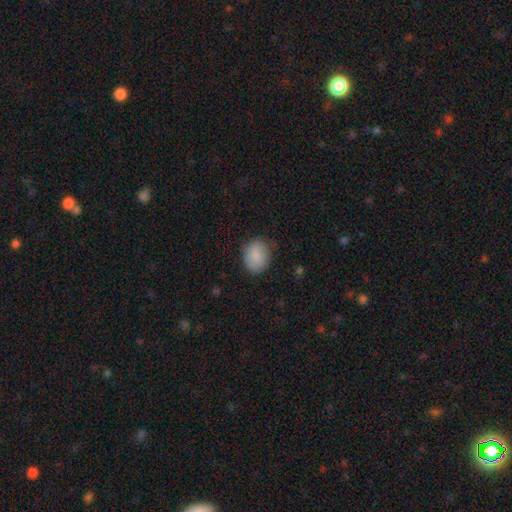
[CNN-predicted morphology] type=smooth (88%); roundness=in between (51%); merging=none (79%).